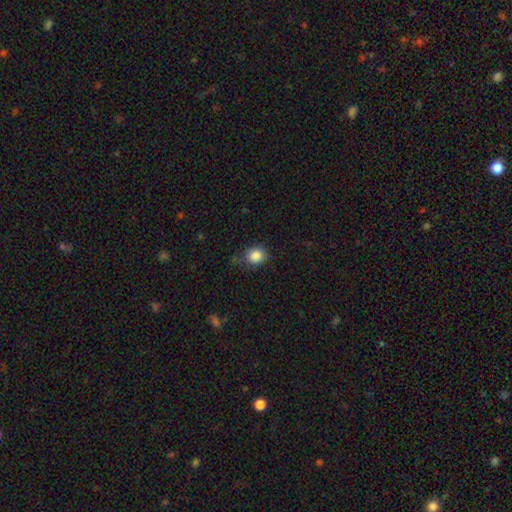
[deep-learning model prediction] This appears to be a smooth galaxy with no disk features (86%) that is round (73%). Merging: none (66%).